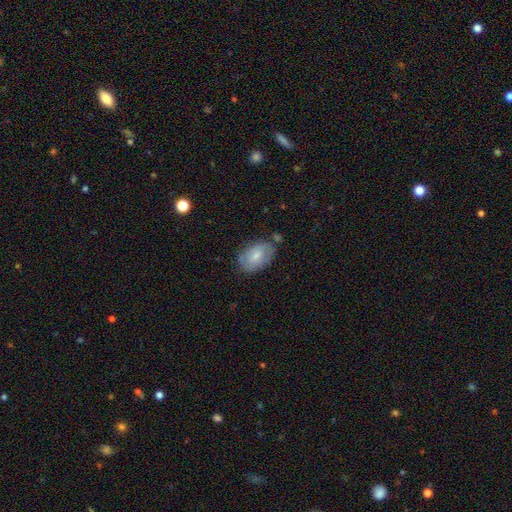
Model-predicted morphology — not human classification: This is possibly a smooth galaxy (57%). How rounded: clearly in between (89%). Merging: likely none (63%).